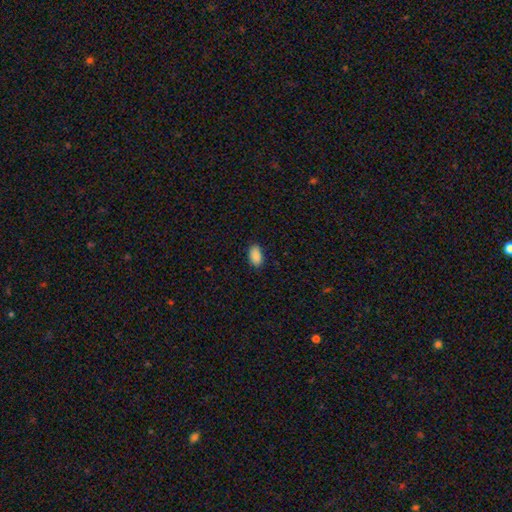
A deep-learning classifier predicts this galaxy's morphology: A smooth galaxy with no disk features (89%) that is in between round and cigar-shaped (93%).

Vote fractions:
- Smooth or featured? smooth: 89% / star or artifact: 8% / featured or disk: 3%
- How rounded? in between: 93% / round: 4% / cigar-shaped: 2%
- Merging? none: 86% / minor disturbance: 11% / major disturbance: 2% / merger: 1%